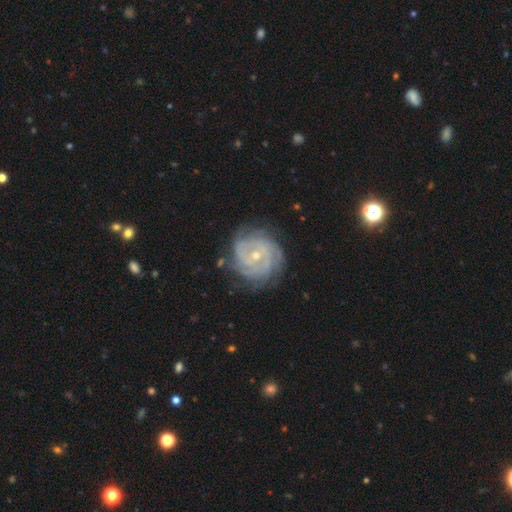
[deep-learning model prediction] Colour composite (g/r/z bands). It shows a featured or disk galaxy (85%) with no bar (69%), tight (79%) spiral arms (96%) and a small central bulge (66%). Merging: none (76%).